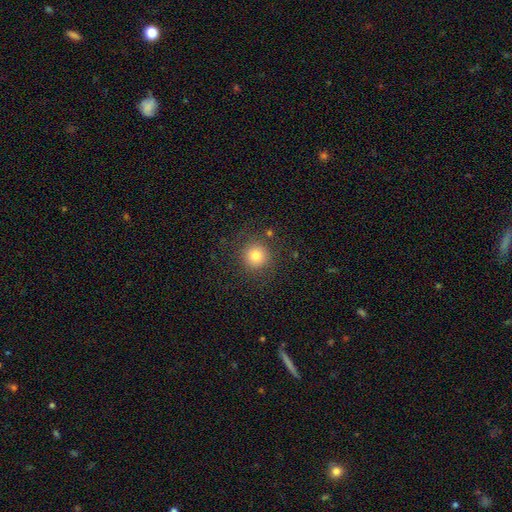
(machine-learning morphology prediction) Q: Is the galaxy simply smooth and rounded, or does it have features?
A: smooth — 79%.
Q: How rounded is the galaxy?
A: round — 94%.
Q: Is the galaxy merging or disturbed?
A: none — 85%.